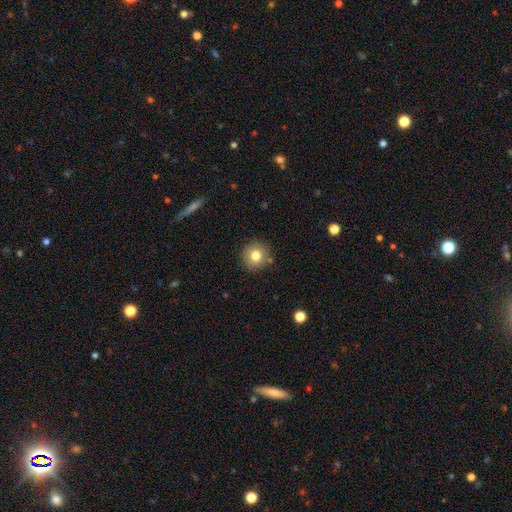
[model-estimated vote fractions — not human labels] This appears to be a smooth galaxy with no disk features (79%) that is round (93%). Merging: none (87%).